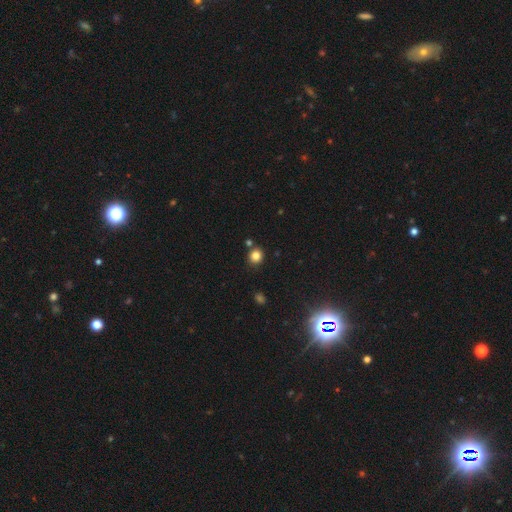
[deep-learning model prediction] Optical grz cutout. It shows a smooth galaxy with no disk features (81%) that is round (85%). Merging: none (81%).